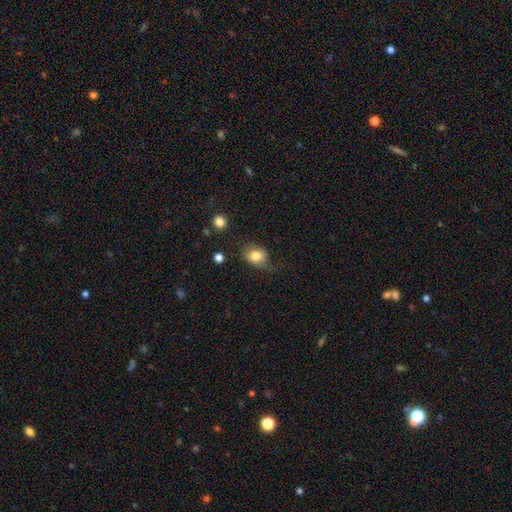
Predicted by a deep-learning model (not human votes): smooth 79%, featured or disk 12%, star or artifact 9%. Down the decision tree: how rounded — in between (58%); merging — none (52%).